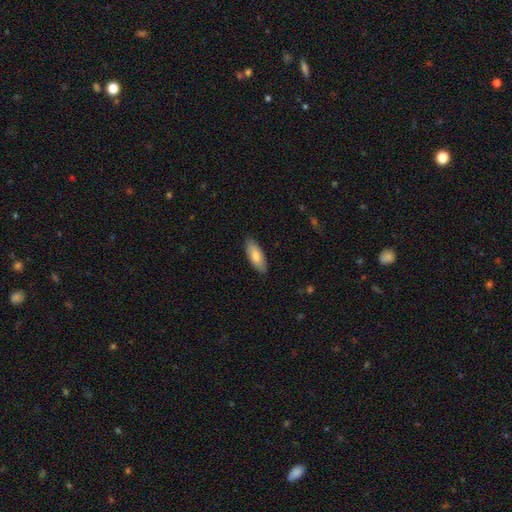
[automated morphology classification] The model was most divided on "how rounded": in between: 78%, cigar-shaped: 20%, round: 2%. More confident: merging — none (86%); smooth or featured — smooth (79%).